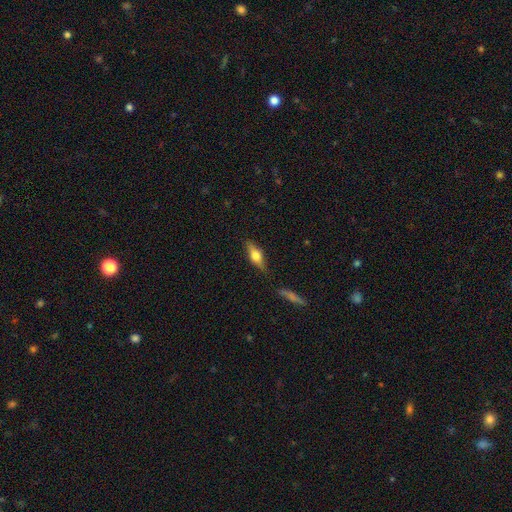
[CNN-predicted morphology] smooth_or_featured: featured or disk (p=0.50) [alt: smooth p=0.42]
disk_edge_on: yes (p=0.92) [alt: no p=0.08]
merging: none (p=0.82) [alt: minor disturbance p=0.12]